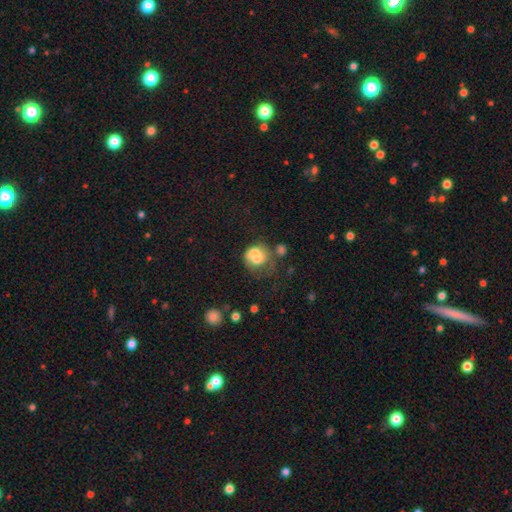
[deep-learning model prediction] Smooth or featured?
  - smooth: 59% *
  - featured or disk: 30%
  - star or artifact: 10%
How rounded?
  - round: 61% *
  - in between: 38%
  - cigar-shaped: 1%
Merging?
  - merger: 51% *
  - none: 23%
  - major disturbance: 14%
  - minor disturbance: 13%